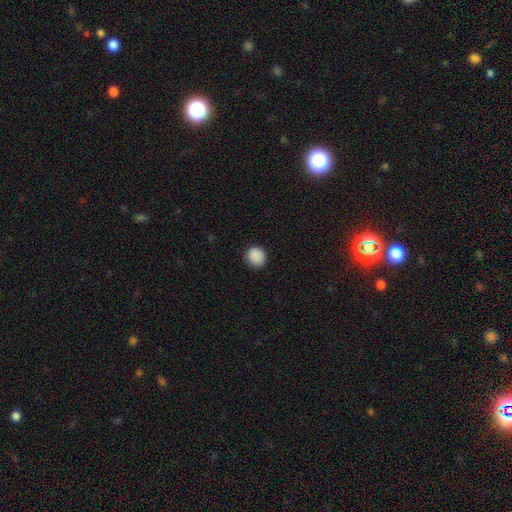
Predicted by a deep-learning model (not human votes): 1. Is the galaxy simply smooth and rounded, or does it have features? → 89% smooth, 8% star or artifact, 2% featured or disk.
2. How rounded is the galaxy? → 87% round, 12% in between, 1% cigar-shaped.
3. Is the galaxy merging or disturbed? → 89% none, 8% minor disturbance, 2% major disturbance, 1% merger.